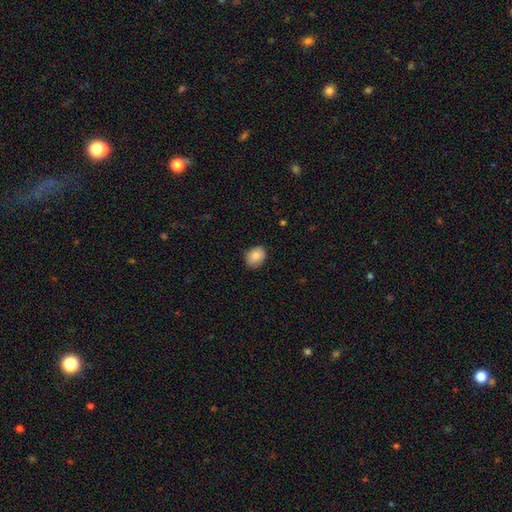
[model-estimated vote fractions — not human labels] Morphology: type=smooth (86%); roundness=in between (61%); merging=none (83%).